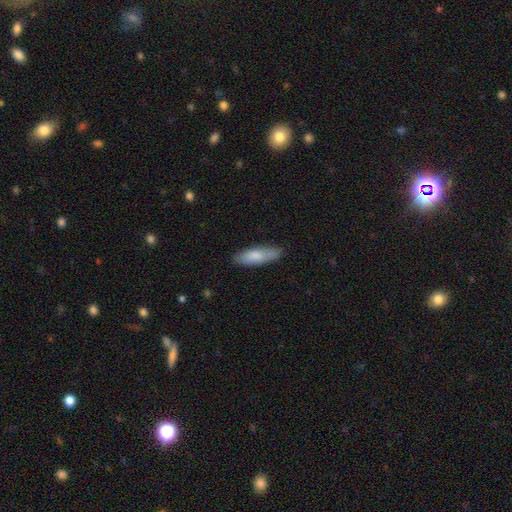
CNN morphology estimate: Q: Smooth or featured?
A: smooth (81%); runner-up: featured or disk (14%)
Q: How rounded?
A: cigar-shaped (58%); runner-up: in between (40%)
Q: Merging?
A: none (83%); runner-up: minor disturbance (13%)